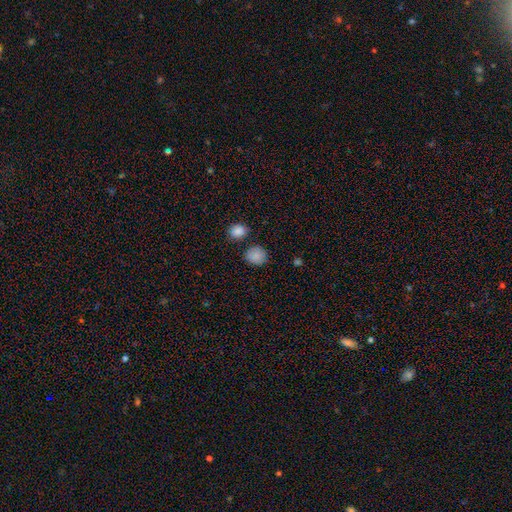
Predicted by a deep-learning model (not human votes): Q: Smooth or featured?
A: smooth (87%); runner-up: star or artifact (9%)
Q: How rounded?
A: round (77%); runner-up: in between (22%)
Q: Merging?
A: none (79%); runner-up: minor disturbance (12%)